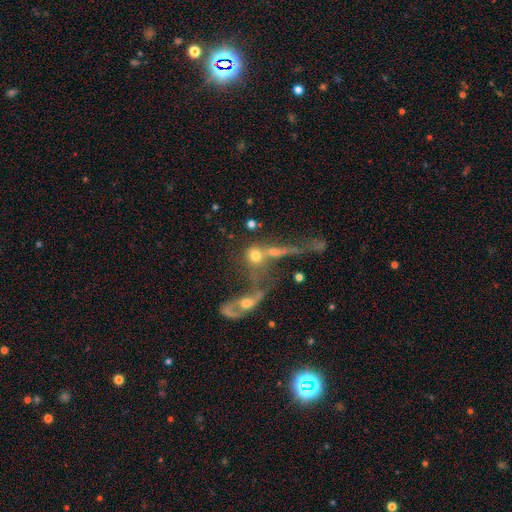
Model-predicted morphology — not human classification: A smooth galaxy with no disk features (57%) that is round (66%).

Vote fractions:
- Smooth or featured? smooth: 57% / featured or disk: 28% / star or artifact: 15%
- How rounded? round: 66% / in between: 27% / cigar-shaped: 6%
- Merging? merger: 58% / none: 20% / major disturbance: 14% / minor disturbance: 7%